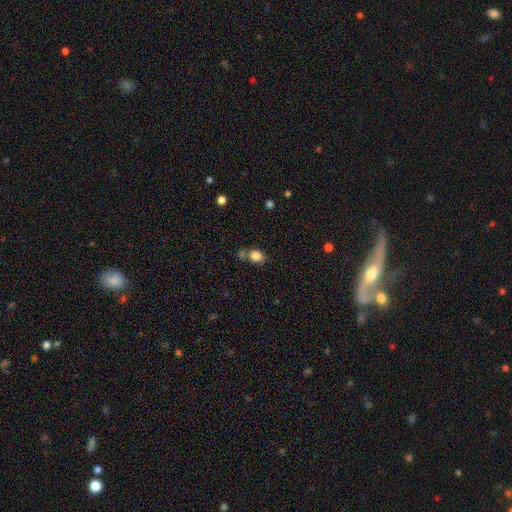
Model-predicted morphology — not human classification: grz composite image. It shows a smooth galaxy with no disk features (83%) that is in between round and cigar-shaped (50%). Merging: none (59%).